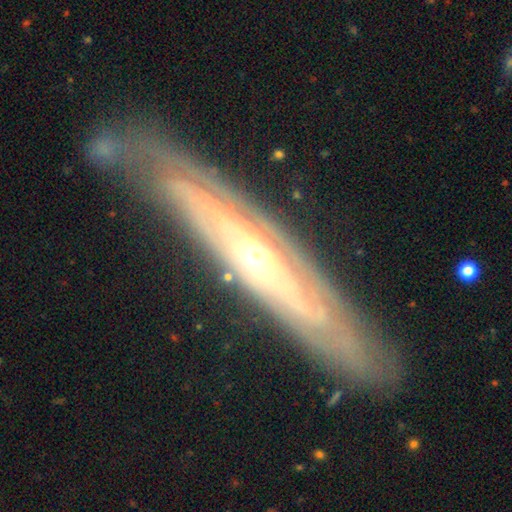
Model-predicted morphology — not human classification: A featured or disk galaxy (80%) viewed edge-on (56%).

Vote fractions:
- Smooth or featured? featured or disk: 80% / smooth: 13% / star or artifact: 6%
- Edge-on disk? yes: 56% / no: 44%
- Merging? none: 78% / minor disturbance: 15% / major disturbance: 4% / merger: 2%